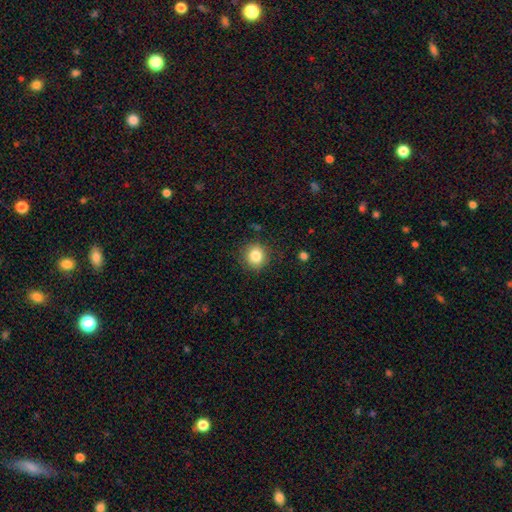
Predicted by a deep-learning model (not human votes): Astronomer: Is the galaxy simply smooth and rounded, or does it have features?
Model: smooth — 84%.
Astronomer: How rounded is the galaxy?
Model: round — 89%.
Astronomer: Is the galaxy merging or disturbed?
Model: none — 88%.